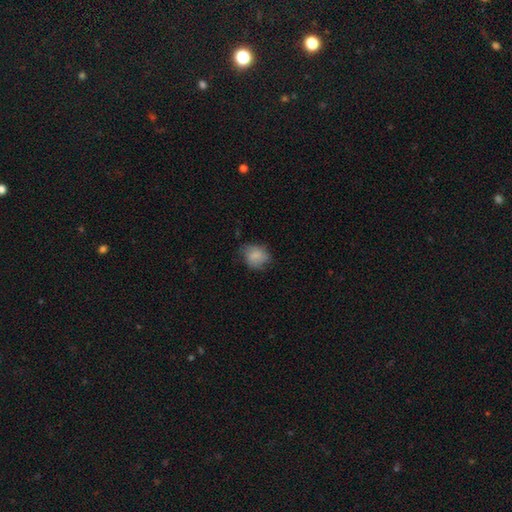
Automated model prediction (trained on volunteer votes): A smooth galaxy with no disk features (76%) that is round (58%). Merging: none (62%).